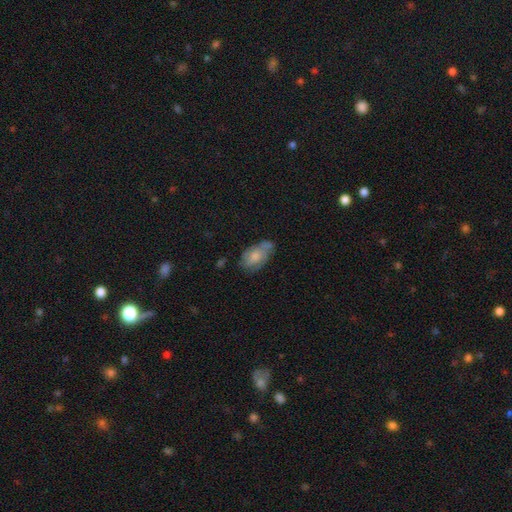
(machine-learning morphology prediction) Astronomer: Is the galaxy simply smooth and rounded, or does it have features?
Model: smooth — 56% (runner-up: featured or disk, 36%).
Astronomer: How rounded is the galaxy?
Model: in between — 90%.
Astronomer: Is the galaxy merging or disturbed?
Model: none — 49% (runner-up: minor disturbance, 32%).